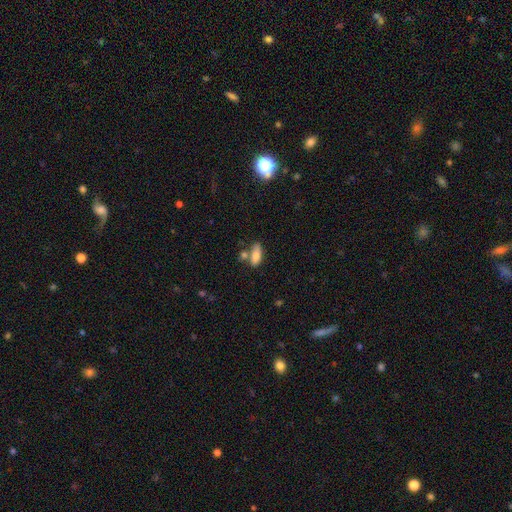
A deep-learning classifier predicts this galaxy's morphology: Q: Smooth or featured?
A: smooth (78%); runner-up: featured or disk (14%)
Q: How rounded?
A: in between (71%); runner-up: cigar-shaped (26%)
Q: Merging?
A: none (54%); runner-up: merger (23%)